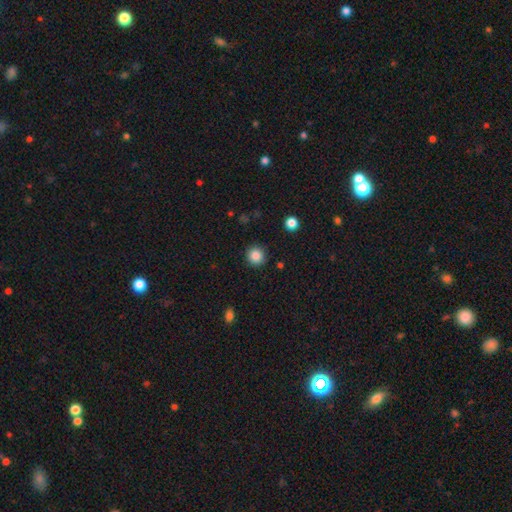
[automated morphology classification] Q: Smooth or featured?
A: smooth (86%); runner-up: star or artifact (10%)
Q: How rounded?
A: round (93%); runner-up: in between (6%)
Q: Merging?
A: none (91%); runner-up: minor disturbance (6%)